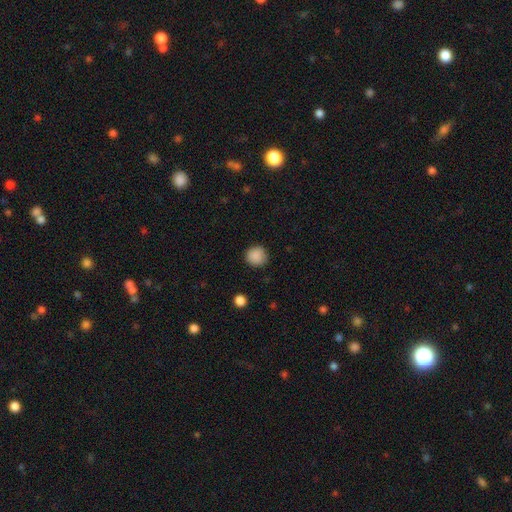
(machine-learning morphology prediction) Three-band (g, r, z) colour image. It shows a smooth galaxy with no disk features (88%) that is round (93%). Merging: none (90%).